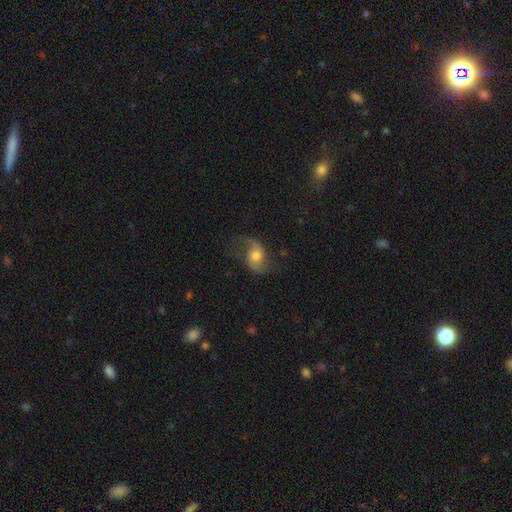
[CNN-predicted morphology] Smooth or featured?
  - featured or disk: 63% *
  - smooth: 29%
  - star or artifact: 8%
Edge-on disk?
  - no: 96% *
  - yes: 4%
Bar?
  - no: 61% *
  - weak: 31%
  - strong: 8%
Spiral arms?
  - yes: 90% *
  - no: 10%
Spiral winding?
  - loose: 73% *
  - medium: 22%
  - tight: 5%
Spiral arm count?
  - 2: 88% *
  - 1: 6%
  - can't tell: 4%
  - 3: 1%
  - 4: 1%
  - more than 4: 1%
Bulge size?
  - moderate: 61% *
  - small: 20%
  - large: 14%
  - none: 3%
  - dominant: 2%
Merging?
  - none: 61% *
  - minor disturbance: 21%
  - major disturbance: 16%
  - merger: 2%